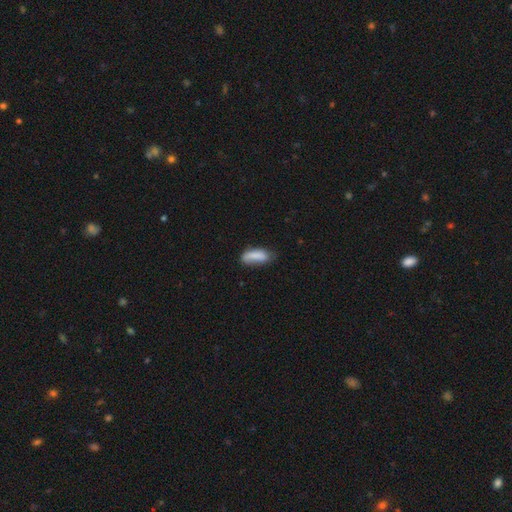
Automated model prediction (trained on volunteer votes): This is clearly a smooth galaxy (80%). How rounded: likely in between (69%). Merging: possibly none (51%).